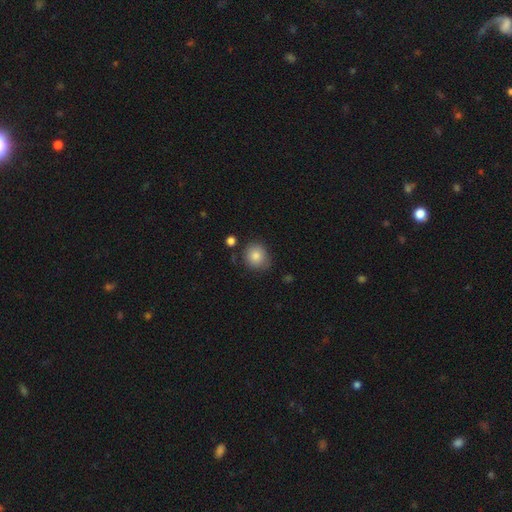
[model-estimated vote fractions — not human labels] Smooth or featured: smooth — 84% (star or artifact — 9%)
How rounded: round — 85% (in between — 14%)
Merging: none — 79% (minor disturbance — 14%)